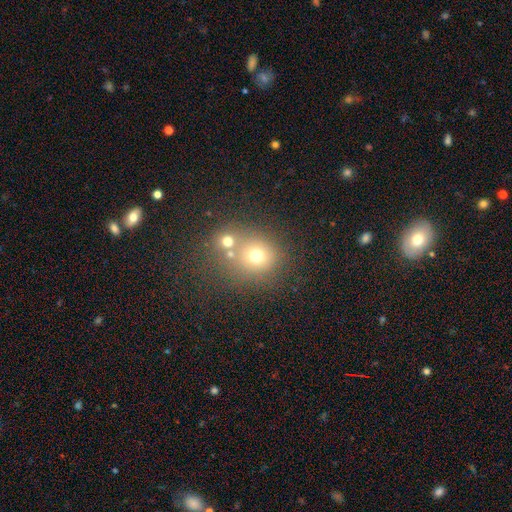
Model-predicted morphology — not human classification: The model was most divided on "merging": none: 51%, merger: 33%, minor disturbance: 10%, major disturbance: 6%. More confident: how rounded — round (80%); smooth or featured — smooth (67%).